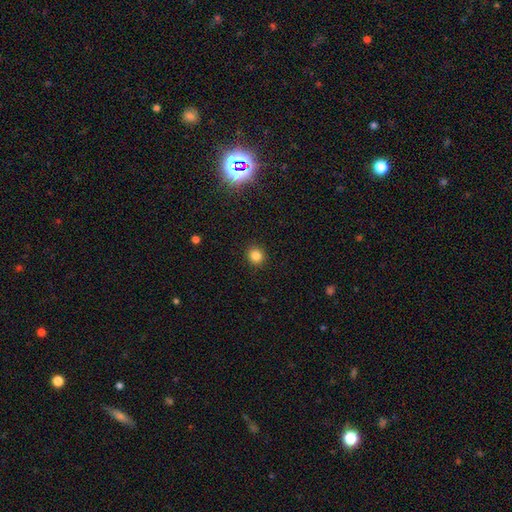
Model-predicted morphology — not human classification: This is clearly a smooth galaxy (83%). How rounded: clearly round (91%). Merging: clearly none (92%).